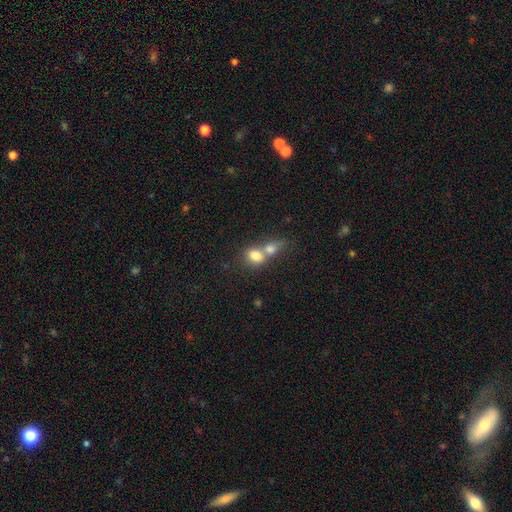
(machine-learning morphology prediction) smooth-or-featured: smooth: 75% | featured or disk: 15% | star or artifact: 10%
  how-rounded: in between: 57% | round: 41% | cigar-shaped: 2%
  merging: merger: 70% | none: 20% | minor disturbance: 6% | major disturbance: 4%